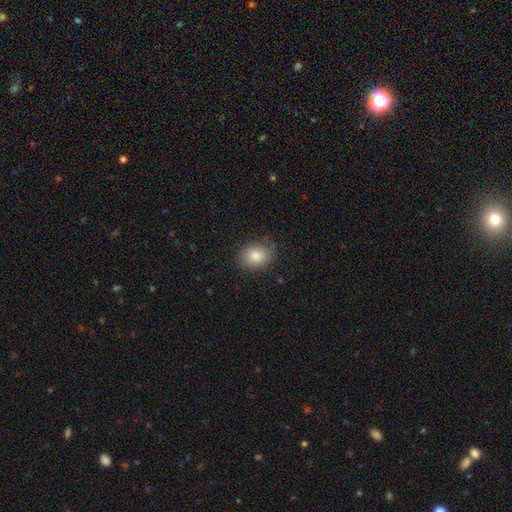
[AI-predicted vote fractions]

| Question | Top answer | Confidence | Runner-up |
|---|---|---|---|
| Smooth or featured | smooth | 84% | star or artifact (9%) |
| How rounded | in between | 51% | round (48%) |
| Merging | none | 81% | minor disturbance (14%) |